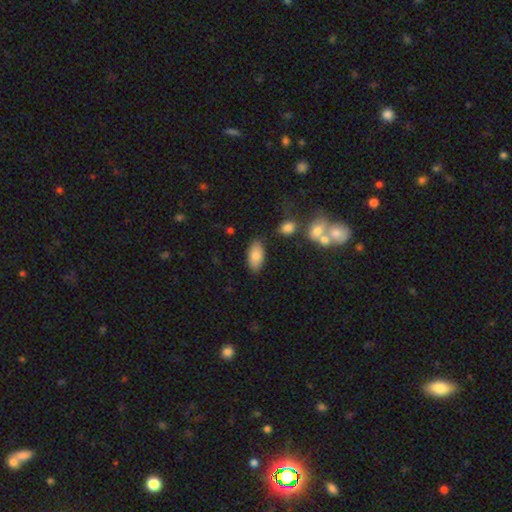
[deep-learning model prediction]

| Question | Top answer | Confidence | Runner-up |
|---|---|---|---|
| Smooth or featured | smooth | 82% | featured or disk (11%) |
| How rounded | in between | 93% | cigar-shaped (4%) |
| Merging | none | 81% | minor disturbance (13%) |